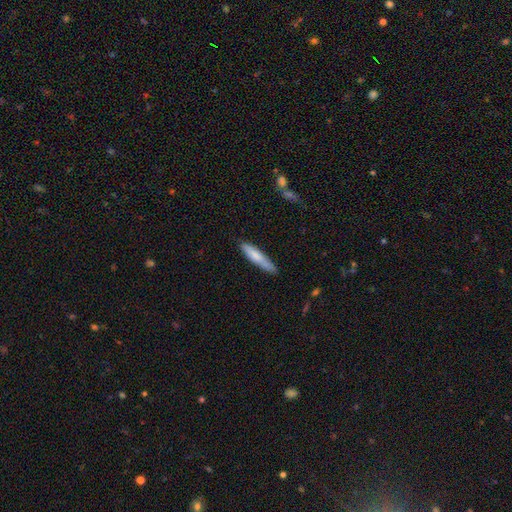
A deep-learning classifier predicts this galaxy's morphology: Smooth or featured: smooth — 75% (featured or disk — 20%)
How rounded: cigar-shaped — 85% (in between — 13%)
Merging: none — 76% (minor disturbance — 19%)